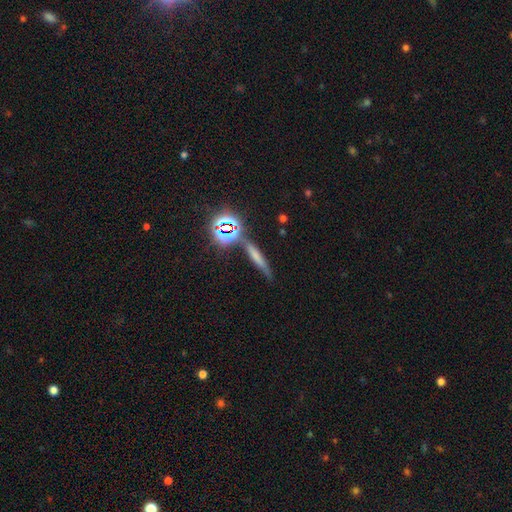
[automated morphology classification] type=smooth (52%); roundness=cigar-shaped (84%); merging=none (72%).